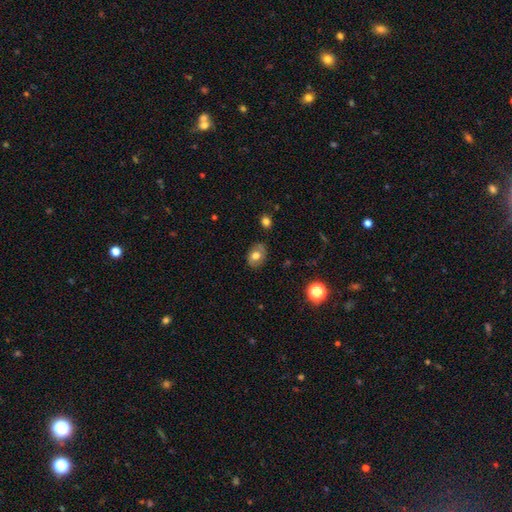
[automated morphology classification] Smooth or featured? smooth (67%)
How rounded? in between (64%)
Merging? none (78%)